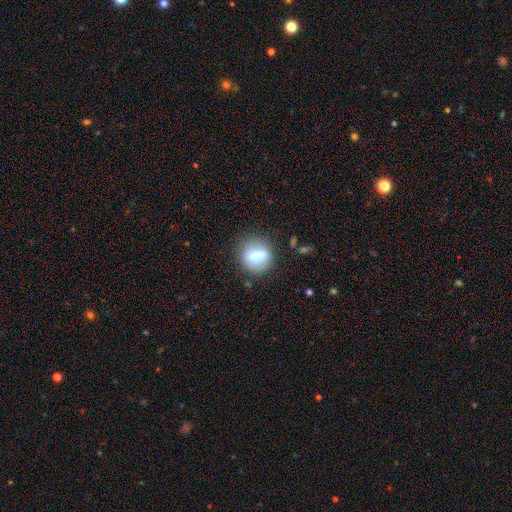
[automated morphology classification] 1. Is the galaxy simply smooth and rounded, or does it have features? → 60% smooth, 30% featured or disk, 10% star or artifact.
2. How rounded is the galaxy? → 76% round, 20% in between, 4% cigar-shaped.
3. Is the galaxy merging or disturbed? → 68% none, 17% minor disturbance, 8% major disturbance, 7% merger.